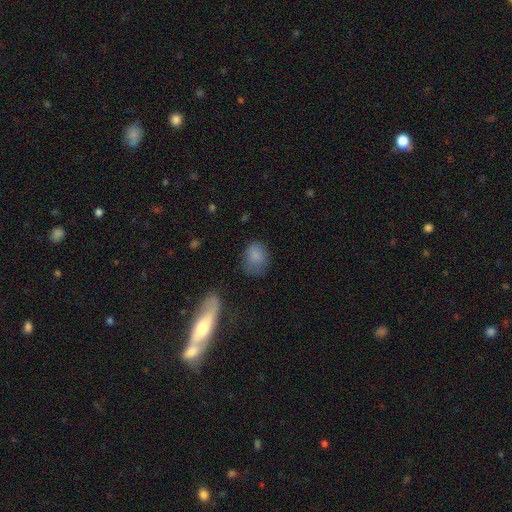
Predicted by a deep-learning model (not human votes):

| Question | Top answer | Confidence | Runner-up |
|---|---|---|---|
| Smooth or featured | smooth | 82% | star or artifact (9%) |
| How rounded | round | 50% | in between (48%) |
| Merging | none | 63% | minor disturbance (25%) |